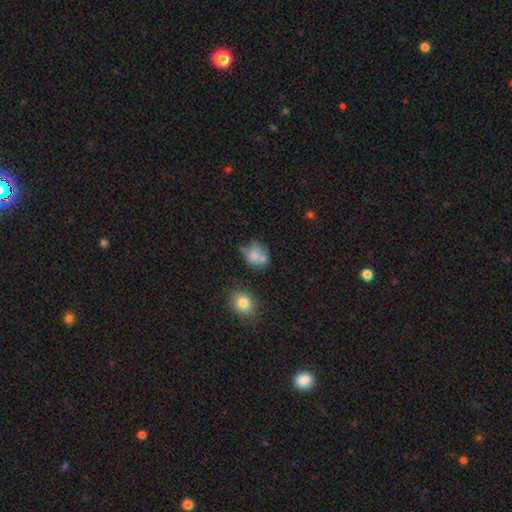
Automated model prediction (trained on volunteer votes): Smooth or featured? Predicted: smooth (p=0.72). How rounded? Predicted: round (p=0.63). Merging? Predicted: none (p=0.45).